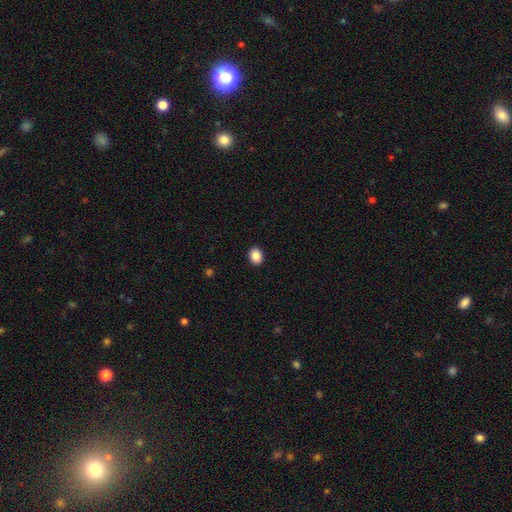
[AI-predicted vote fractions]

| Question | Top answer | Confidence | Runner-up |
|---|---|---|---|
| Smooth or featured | smooth | 88% | star or artifact (8%) |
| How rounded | in between | 60% | round (39%) |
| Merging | none | 91% | minor disturbance (6%) |